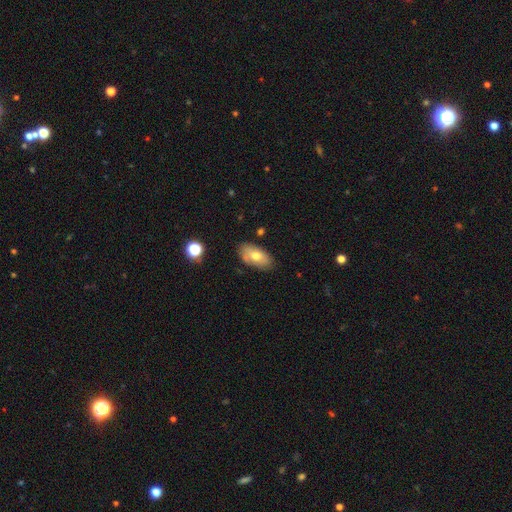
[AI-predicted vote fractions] Morphology: type=smooth (69%); roundness=in between (93%); merging=none (76%).